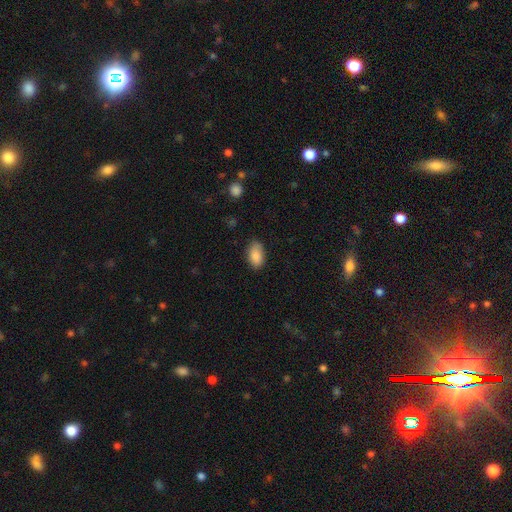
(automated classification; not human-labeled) Q: Smooth or featured?
A: smooth (87%); runner-up: star or artifact (7%)
Q: How rounded?
A: in between (93%); runner-up: round (5%)
Q: Merging?
A: none (77%); runner-up: minor disturbance (18%)